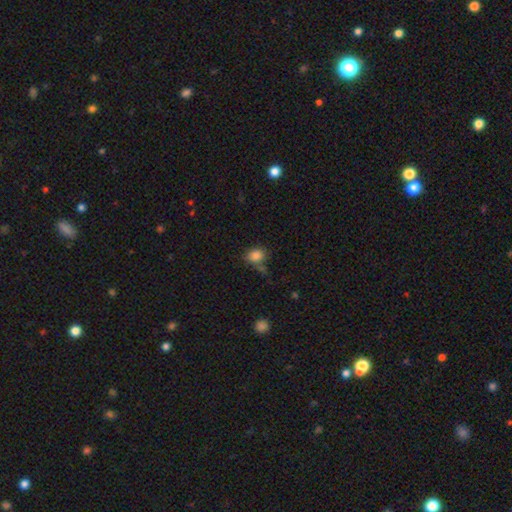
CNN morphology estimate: smooth_or_featured: smooth (p=0.84) [alt: star or artifact p=0.10]
how_rounded: in between (p=0.55) [alt: round p=0.44]
merging: none (p=0.63) [alt: minor disturbance p=0.18]